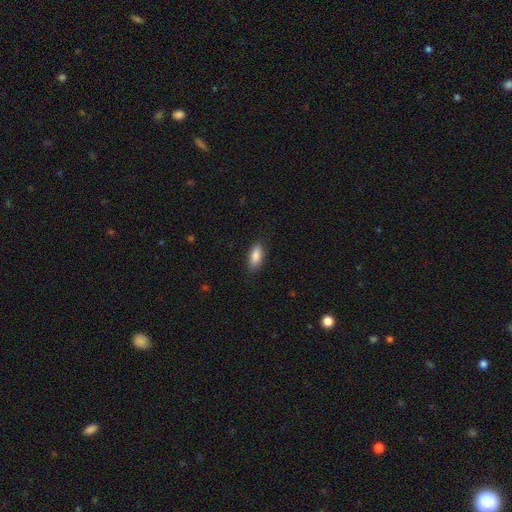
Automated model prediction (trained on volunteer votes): Overall: smooth (87%). How rounded: in between (83%). Merging: none (85%).